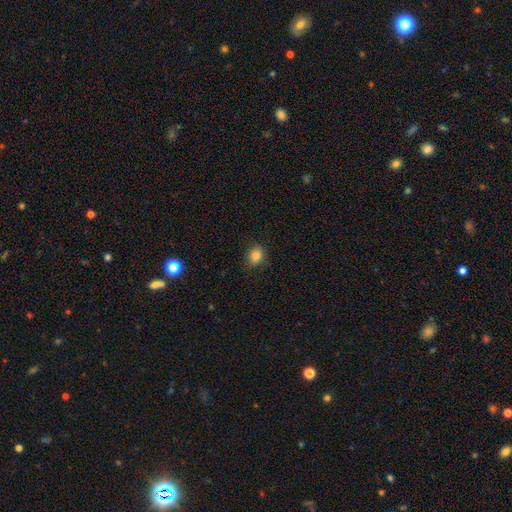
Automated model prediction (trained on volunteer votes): This is clearly a smooth galaxy (85%). How rounded: possibly in between (51%). Merging: clearly none (81%).